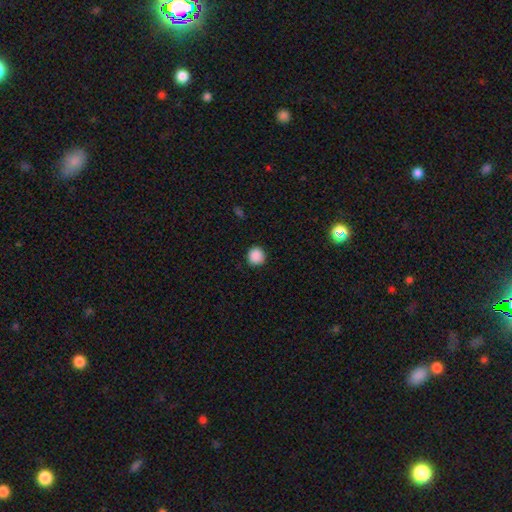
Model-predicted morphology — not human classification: The model was most divided on "smooth or featured": smooth: 89%, star or artifact: 9%, featured or disk: 2%. More confident: how rounded — round (94%); merging — none (90%).